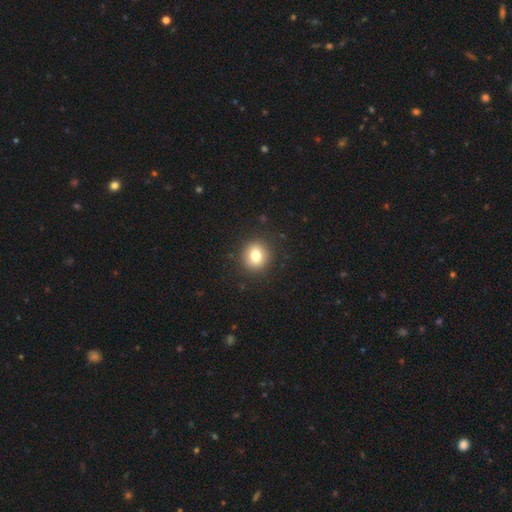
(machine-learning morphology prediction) Overall: smooth (79%). How rounded: round (87%). Merging: none (90%).